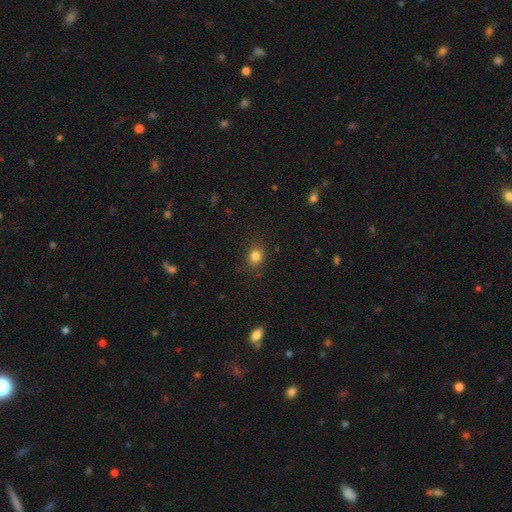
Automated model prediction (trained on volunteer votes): smooth 83%, star or artifact 12%, featured or disk 5%. Down the decision tree: how rounded — round (59%); merging — none (84%).